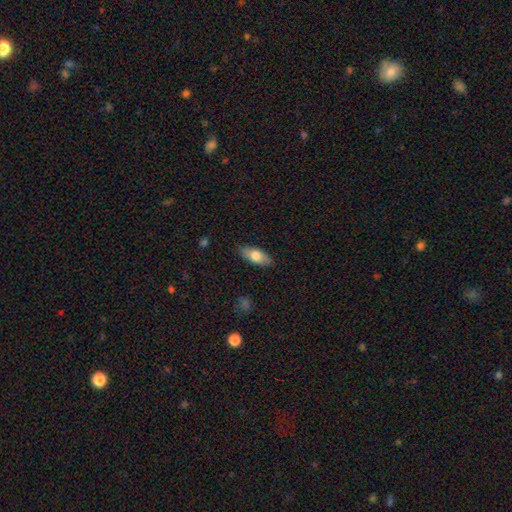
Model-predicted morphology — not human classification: smooth 72%, featured or disk 22%, star or artifact 6%. Down the decision tree: how rounded — in between (81%); merging — none (87%).